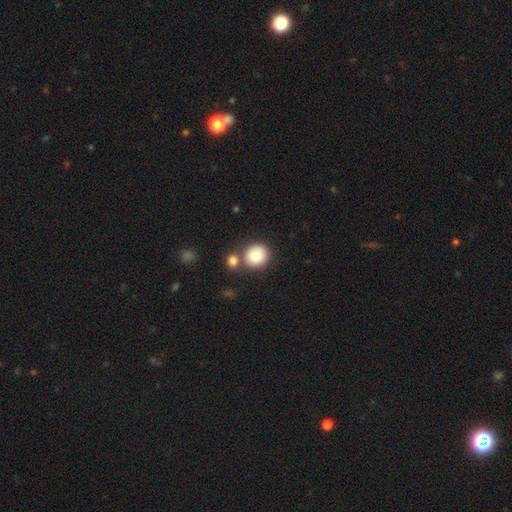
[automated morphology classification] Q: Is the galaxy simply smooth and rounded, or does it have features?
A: smooth — 87%.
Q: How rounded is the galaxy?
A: round — 84%.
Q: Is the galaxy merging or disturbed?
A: none — 61%.